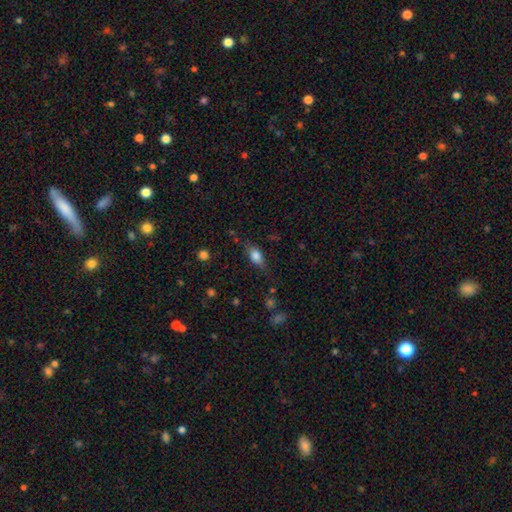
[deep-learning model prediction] Smooth or featured?
  - smooth: 76% *
  - featured or disk: 15%
  - star or artifact: 9%
How rounded?
  - in between: 80% *
  - cigar-shaped: 12%
  - round: 9%
Merging?
  - none: 67% *
  - minor disturbance: 23%
  - major disturbance: 7%
  - merger: 2%